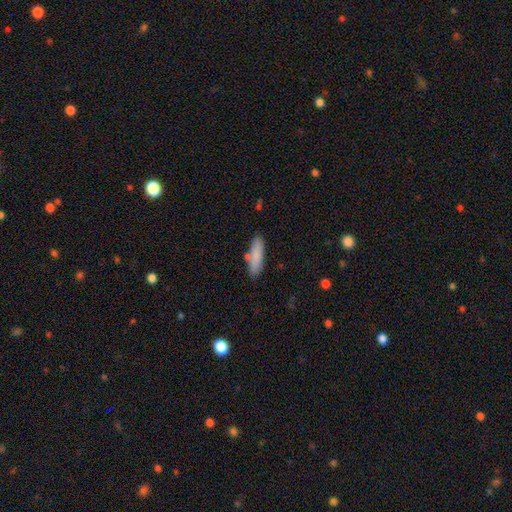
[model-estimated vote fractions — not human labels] Smooth or featured? Predicted: smooth (p=0.83). How rounded? Predicted: cigar-shaped (p=0.59). Merging? Predicted: none (p=0.77).